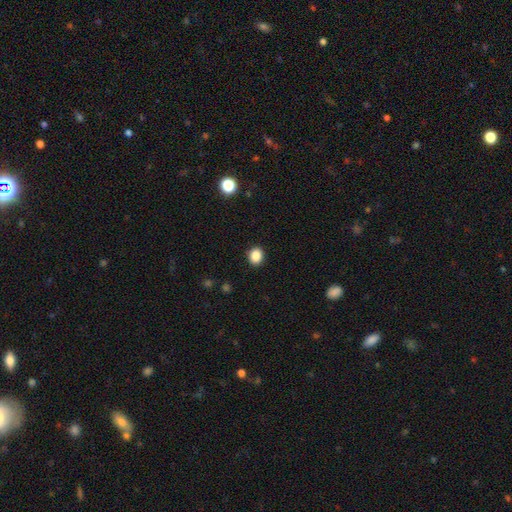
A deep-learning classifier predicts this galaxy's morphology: Smooth or featured: smooth — 87% (star or artifact — 10%)
How rounded: round — 66% (in between — 33%)
Merging: none — 91% (minor disturbance — 6%)